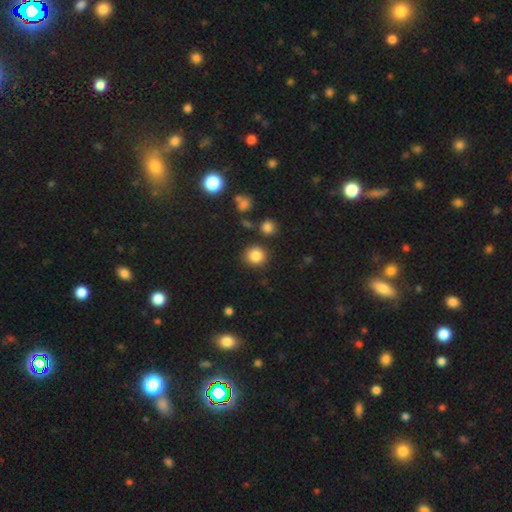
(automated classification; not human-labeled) This is clearly a smooth galaxy (84%). How rounded: clearly round (89%). Merging: clearly none (85%).